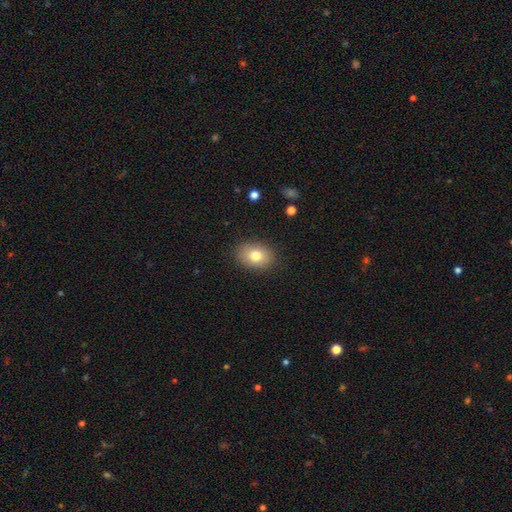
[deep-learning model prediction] smooth 79%, featured or disk 12%, star or artifact 9%. Down the decision tree: how rounded — in between (74%); merging — none (87%).